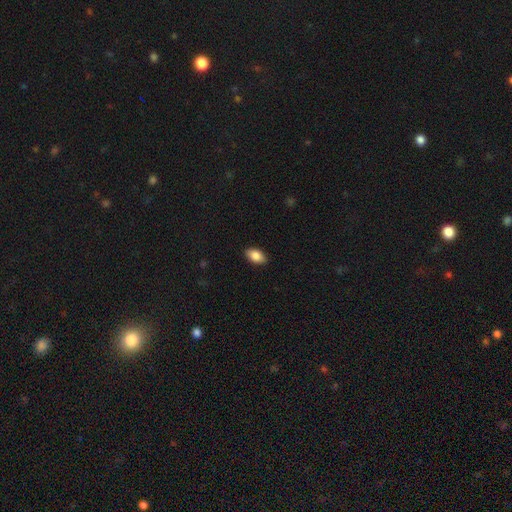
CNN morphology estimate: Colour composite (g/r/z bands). It shows a smooth galaxy with no disk features (87%) that is in between round and cigar-shaped (92%). Merging: none (89%).